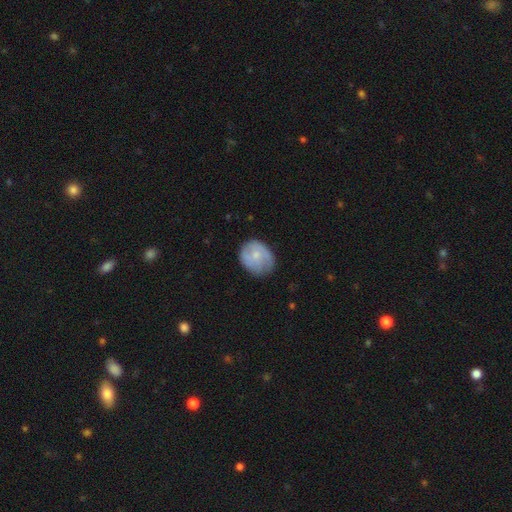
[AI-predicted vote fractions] Smooth or featured? Predicted: smooth (p=0.56). How rounded? Predicted: round (p=0.67). Merging? Predicted: none (p=0.64).